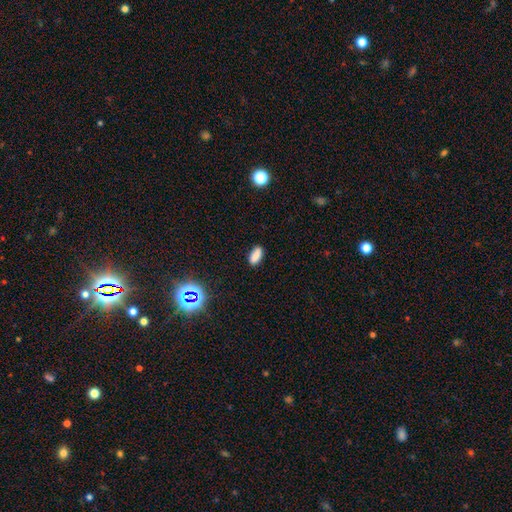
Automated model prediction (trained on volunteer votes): smooth-or-featured: smooth: 82% | star or artifact: 12% | featured or disk: 6%
  how-rounded: in between: 84% | cigar-shaped: 12% | round: 4%
  merging: none: 82% | minor disturbance: 13% | major disturbance: 3% | merger: 2%